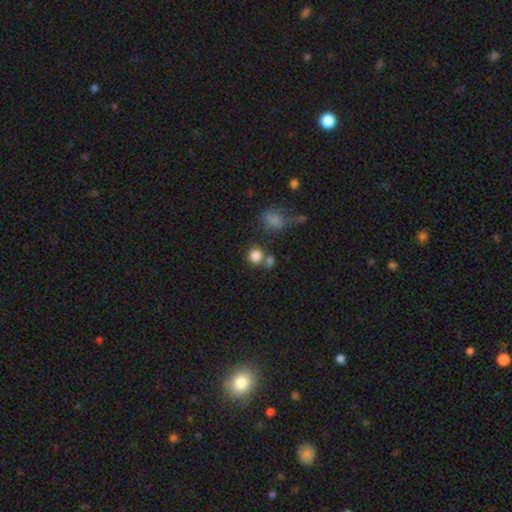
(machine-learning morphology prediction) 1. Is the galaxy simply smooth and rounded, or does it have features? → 82% smooth, 12% star or artifact, 6% featured or disk.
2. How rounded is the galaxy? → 85% round, 14% in between, 1% cigar-shaped.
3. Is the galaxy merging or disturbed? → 61% none, 23% merger, 10% minor disturbance, 5% major disturbance.